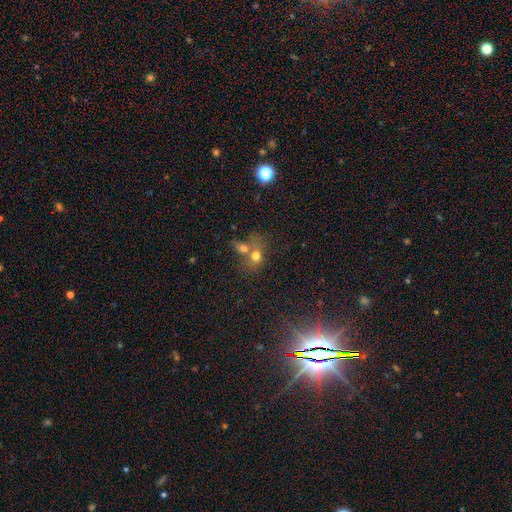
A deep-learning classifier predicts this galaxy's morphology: smooth 69%, featured or disk 16%, star or artifact 15%. Down the decision tree: how rounded — round (58%); merging — merger (58%).